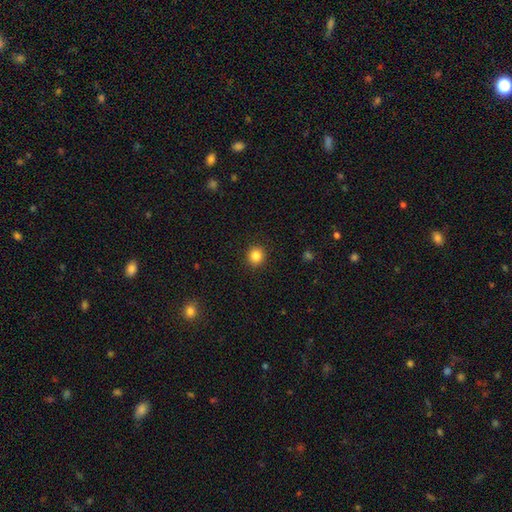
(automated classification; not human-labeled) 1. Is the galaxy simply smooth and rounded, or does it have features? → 84% smooth, 11% star or artifact, 5% featured or disk.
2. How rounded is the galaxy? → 90% round, 9% in between, 1% cigar-shaped.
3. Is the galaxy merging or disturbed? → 92% none, 5% minor disturbance, 2% major disturbance, 1% merger.